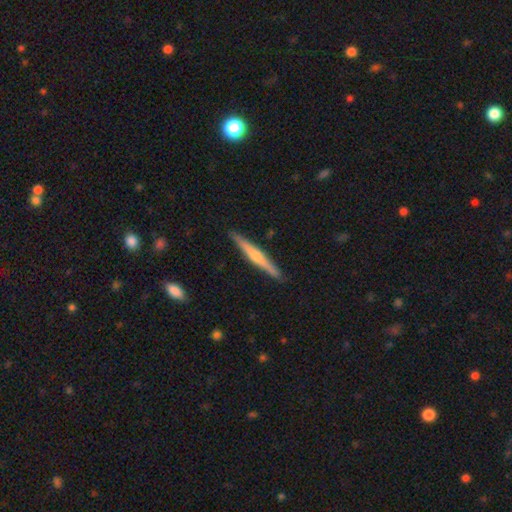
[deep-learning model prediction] Smooth or featured? featured or disk (61%)
Edge-on disk? yes (98%)
Edge-on bulge? rounded (71%)
Merging? none (91%)